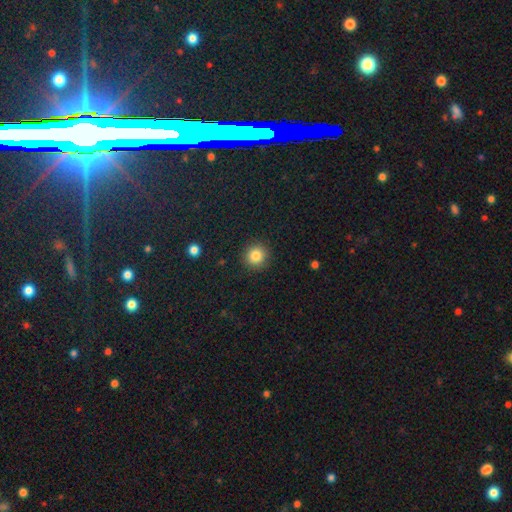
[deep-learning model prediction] smooth_or_featured: smooth (p=0.84) [alt: star or artifact p=0.11]
how_rounded: round (p=0.93) [alt: in between p=0.06]
merging: none (p=0.91) [alt: minor disturbance p=0.06]